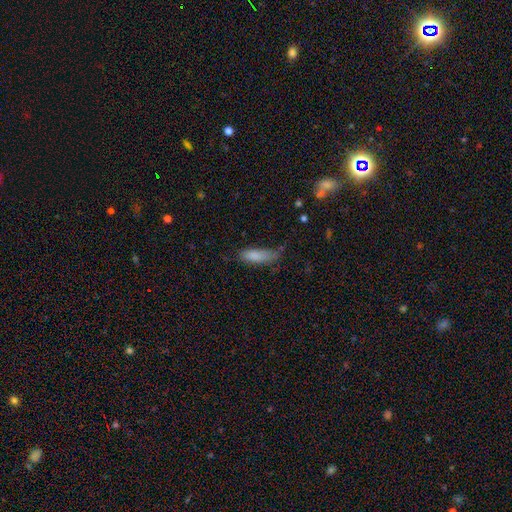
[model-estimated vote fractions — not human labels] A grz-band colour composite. It shows a smooth galaxy with no disk features (84%) that is in between round and cigar-shaped (51%). Merging: none (55%).